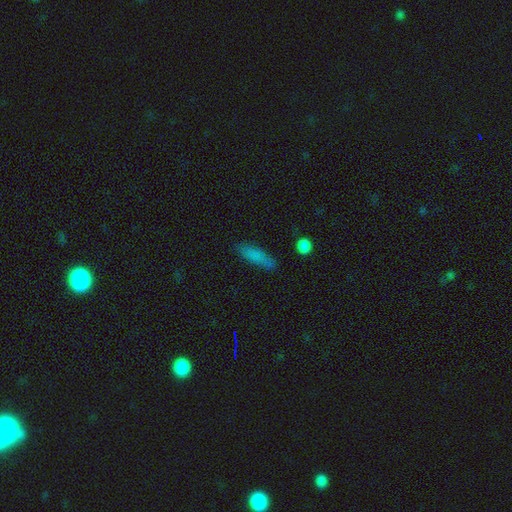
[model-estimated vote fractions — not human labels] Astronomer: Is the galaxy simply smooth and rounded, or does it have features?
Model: smooth — 78%.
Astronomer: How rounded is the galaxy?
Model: cigar-shaped — 70%.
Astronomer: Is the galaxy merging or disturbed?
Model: none — 80%.